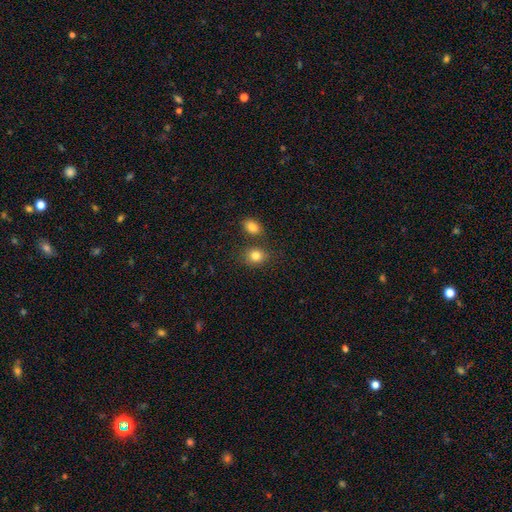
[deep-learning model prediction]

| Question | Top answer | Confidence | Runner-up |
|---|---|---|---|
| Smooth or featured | smooth | 83% | star or artifact (10%) |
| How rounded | round | 54% | in between (45%) |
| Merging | none | 67% | merger (17%) |